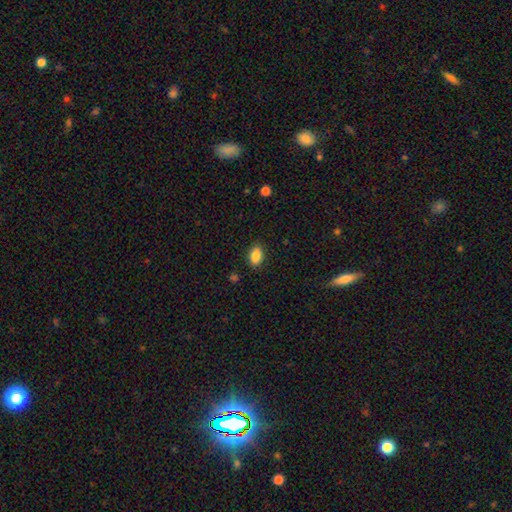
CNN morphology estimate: smooth-or-featured: smooth: 87% | star or artifact: 8% | featured or disk: 5%
  how-rounded: in between: 88% | round: 10% | cigar-shaped: 2%
  merging: none: 88% | minor disturbance: 9% | major disturbance: 2% | merger: 1%